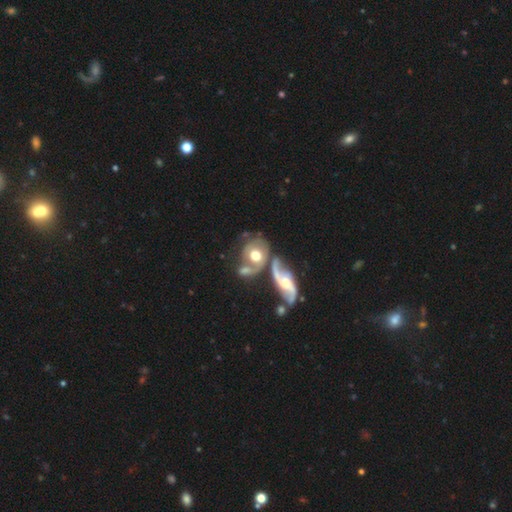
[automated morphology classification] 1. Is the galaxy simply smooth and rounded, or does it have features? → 56% featured or disk, 37% smooth, 7% star or artifact.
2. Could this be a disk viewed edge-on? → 93% no, 7% yes.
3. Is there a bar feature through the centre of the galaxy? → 68% no, 26% weak, 7% strong.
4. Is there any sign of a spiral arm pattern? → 70% yes, 30% no.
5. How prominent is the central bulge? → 57% moderate, 26% large, 12% small, 3% none, 3% dominant.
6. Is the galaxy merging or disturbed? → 50% merger, 26% none, 12% minor disturbance, 11% major disturbance.